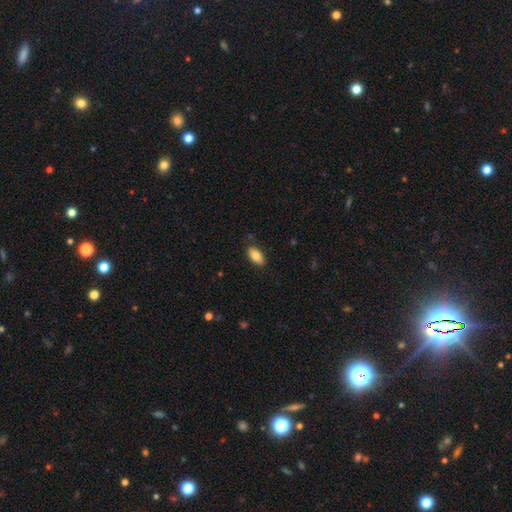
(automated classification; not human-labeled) This appears to be a smooth galaxy with no disk features (81%) that is in between round and cigar-shaped (92%). Merging: none (85%).